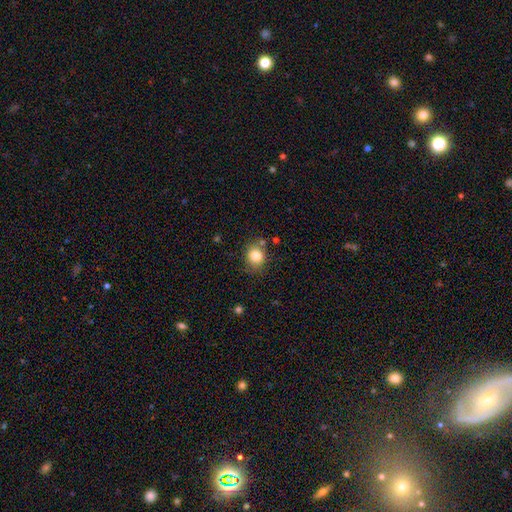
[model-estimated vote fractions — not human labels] smooth-or-featured: smooth: 81% | star or artifact: 11% | featured or disk: 8%
  how-rounded: round: 75% | in between: 24% | cigar-shaped: 1%
  merging: none: 75% | minor disturbance: 15% | merger: 7% | major disturbance: 4%